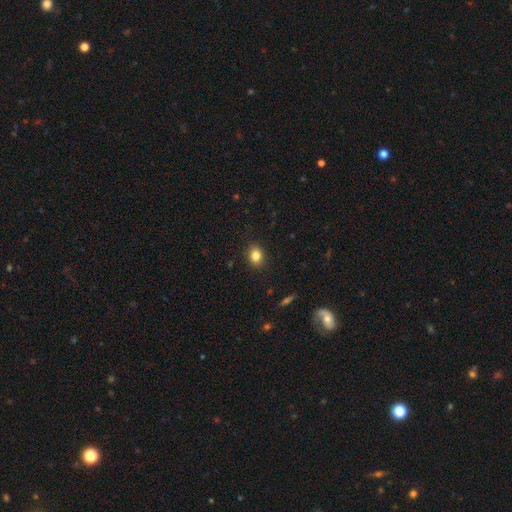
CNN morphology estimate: smooth_or_featured: smooth (p=0.83) [alt: star or artifact p=0.11]
how_rounded: round (p=0.50) [alt: in between p=0.49]
merging: none (p=0.89) [alt: minor disturbance p=0.08]